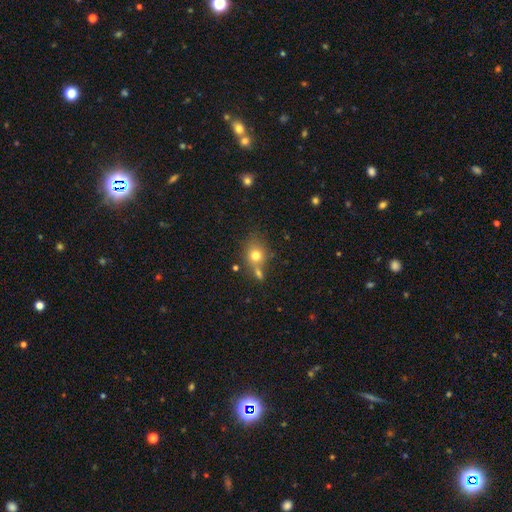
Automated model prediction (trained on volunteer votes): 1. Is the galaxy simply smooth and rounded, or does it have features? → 75% smooth, 13% featured or disk, 13% star or artifact.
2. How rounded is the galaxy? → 68% round, 31% in between, 1% cigar-shaped.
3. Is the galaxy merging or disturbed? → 54% none, 27% merger, 14% minor disturbance, 6% major disturbance.